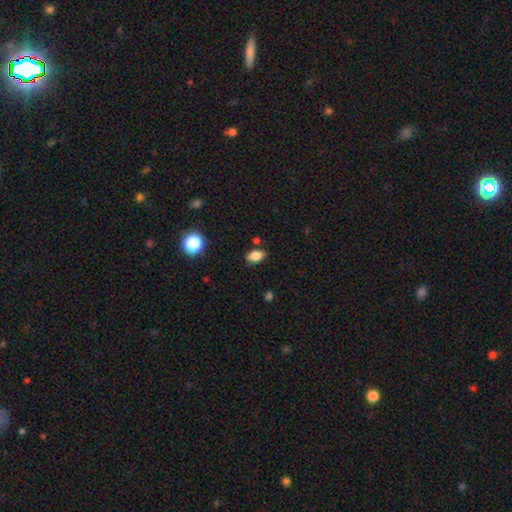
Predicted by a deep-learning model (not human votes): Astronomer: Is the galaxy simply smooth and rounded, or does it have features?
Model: smooth — 83%.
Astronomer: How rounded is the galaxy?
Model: in between — 85%.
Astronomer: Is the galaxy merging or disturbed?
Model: none — 80%.